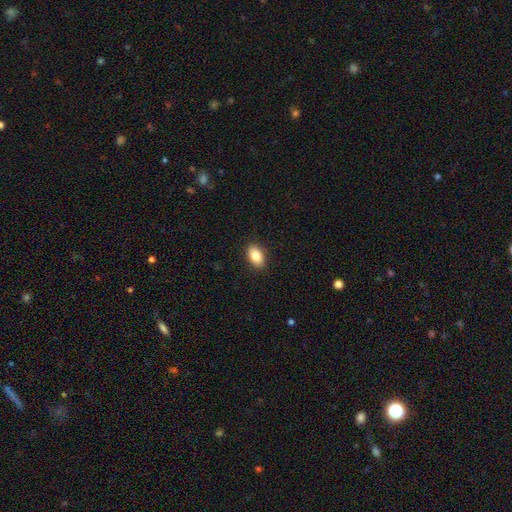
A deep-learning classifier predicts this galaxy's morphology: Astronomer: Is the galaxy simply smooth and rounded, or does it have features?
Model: smooth — 86%.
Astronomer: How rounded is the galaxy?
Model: in between — 91%.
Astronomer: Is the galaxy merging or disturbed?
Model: none — 90%.